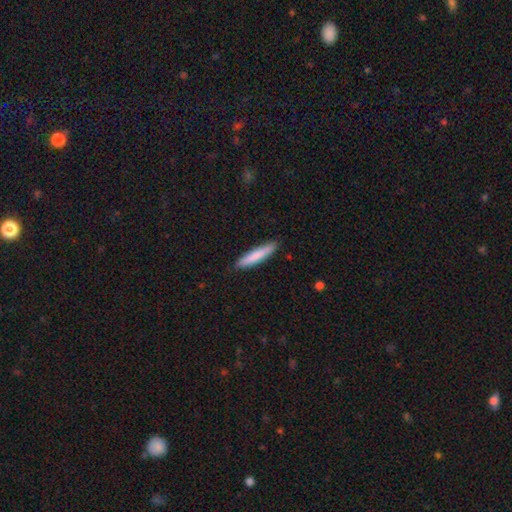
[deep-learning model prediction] This appears to be a smooth galaxy with no disk features (81%) that is cigar-shaped (90%). Merging: none (88%).